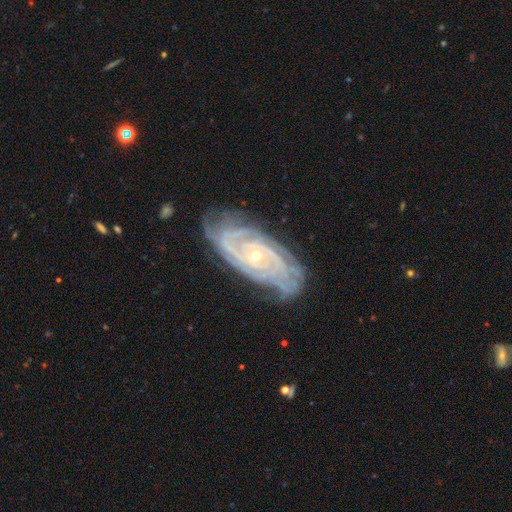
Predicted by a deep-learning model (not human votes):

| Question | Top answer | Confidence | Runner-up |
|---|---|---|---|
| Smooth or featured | featured or disk | 90% | star or artifact (6%) |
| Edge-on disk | no | 95% | yes (5%) |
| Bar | no | 66% | weak (24%) |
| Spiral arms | yes | 98% | no (2%) |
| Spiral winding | tight | 76% | medium (21%) |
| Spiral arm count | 2 | 22% | tied: 3 (22%) |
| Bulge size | small | 75% | moderate (22%) |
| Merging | none | 74% | minor disturbance (19%) |